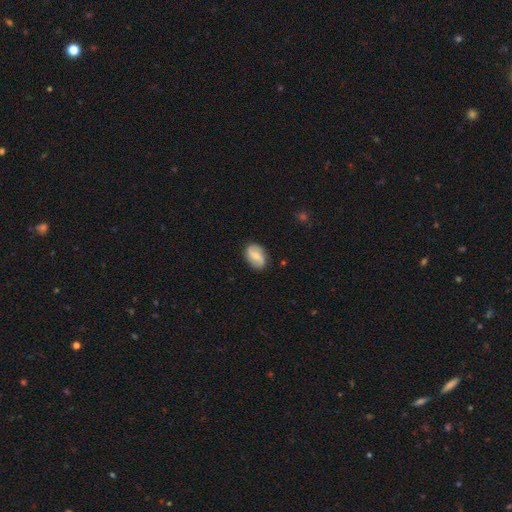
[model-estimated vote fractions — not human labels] This appears to be a smooth galaxy with no disk features (47%). Merging: none (83%).